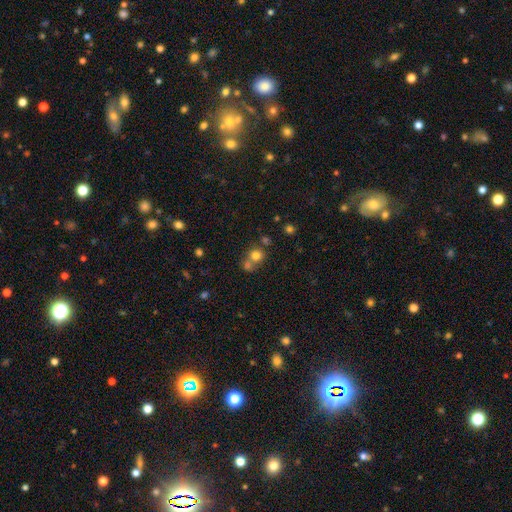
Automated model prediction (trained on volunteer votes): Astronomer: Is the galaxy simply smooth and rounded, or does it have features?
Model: smooth — 77%.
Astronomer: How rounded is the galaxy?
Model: round — 83%.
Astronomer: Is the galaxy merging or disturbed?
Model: none — 47% (runner-up: merger, 41%).